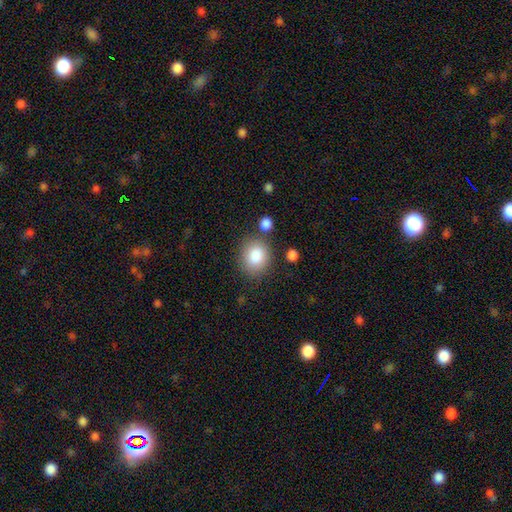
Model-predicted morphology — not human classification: smooth-or-featured: smooth: 86% | star or artifact: 8% | featured or disk: 6%
  how-rounded: round: 71% | in between: 28% | cigar-shaped: 1%
  merging: none: 77% | minor disturbance: 12% | merger: 7% | major disturbance: 4%